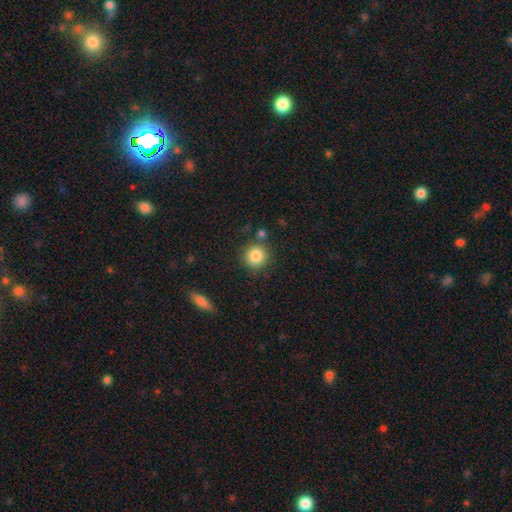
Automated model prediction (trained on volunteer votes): The model was most divided on "merging": none: 82%, minor disturbance: 9%, merger: 7%, major disturbance: 3%. More confident: how rounded — round (91%); smooth or featured — smooth (85%).